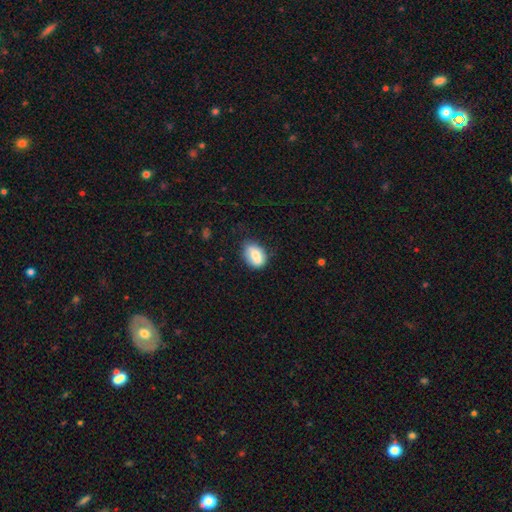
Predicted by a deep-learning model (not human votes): A smooth galaxy with no disk features (76%) that is in between round and cigar-shaped (81%). Merging: none (63%).